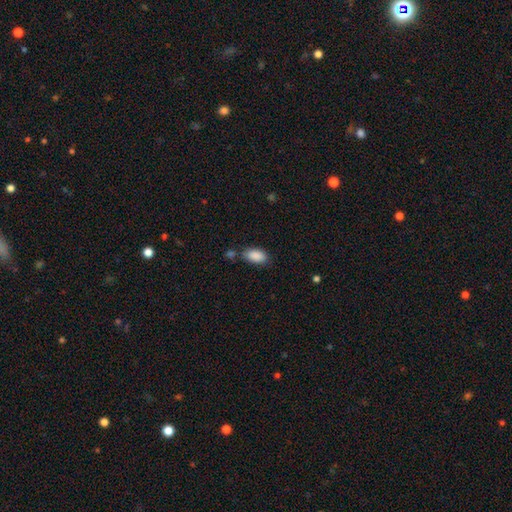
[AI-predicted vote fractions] Smooth or featured?
  - smooth: 89% *
  - star or artifact: 7%
  - featured or disk: 4%
How rounded?
  - in between: 93% *
  - round: 4%
  - cigar-shaped: 3%
Merging?
  - none: 66% *
  - minor disturbance: 18%
  - merger: 10%
  - major disturbance: 5%